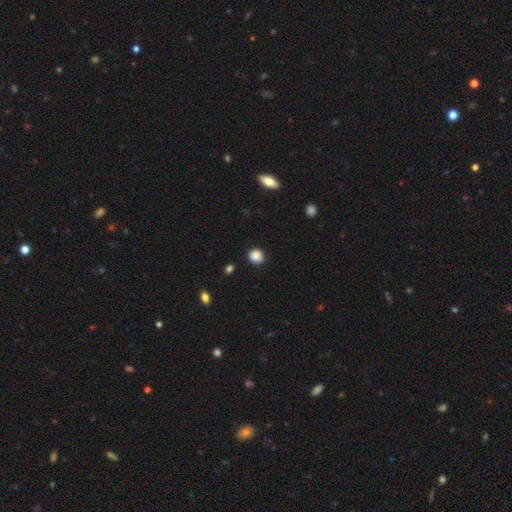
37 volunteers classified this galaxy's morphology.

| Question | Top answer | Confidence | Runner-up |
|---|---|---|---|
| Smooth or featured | smooth | 95% | star or artifact (5%) |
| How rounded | round | 86% | in between (14%) |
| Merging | none | 89% | minor disturbance (9%) |